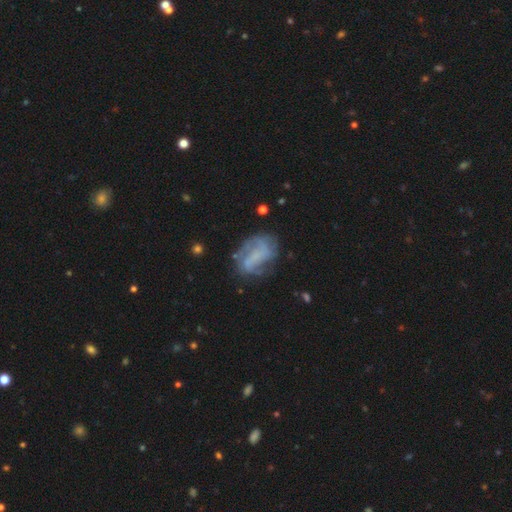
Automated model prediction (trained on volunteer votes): smooth-or-featured: featured or disk: 69% | smooth: 23% | star or artifact: 9%
  disk-edge-on: no: 97% | yes: 3%
    bar: no: 45% | weak: 34% | strong: 20%
    has-spiral-arms: yes: 79% | no: 21%
      spiral-winding: loose: 38% | medium: 37% | tight: 25%
      spiral-arm-count: 2: 58% | can't tell: 22% | 3: 8% | 1: 7% | 4: 3% | more than 4: 2%
    bulge-size: none: 65% | small: 20% | moderate: 10% | large: 4% | dominant: 1%
  merging: none: 58% | minor disturbance: 23% | major disturbance: 16% | merger: 4%